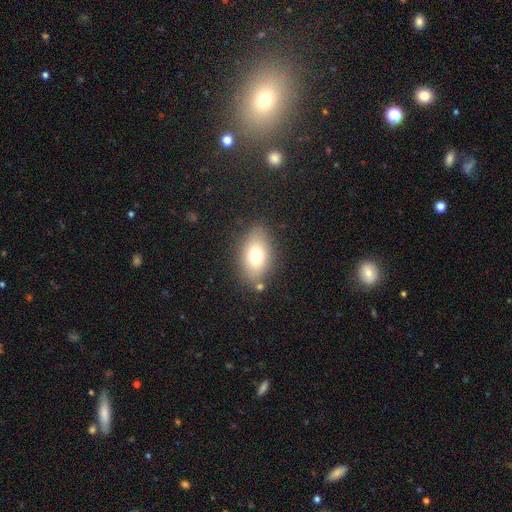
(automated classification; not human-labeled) The model was most divided on "smooth or featured": smooth: 74%, featured or disk: 16%, star or artifact: 10%. More confident: how rounded — in between (87%); merging — none (80%).